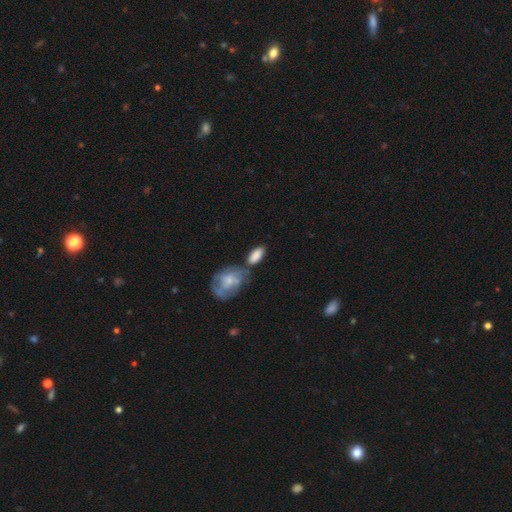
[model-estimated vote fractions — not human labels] Smooth or featured? Predicted: smooth (p=0.79). How rounded? Predicted: in between (p=0.88). Merging? Predicted: none (p=0.51).